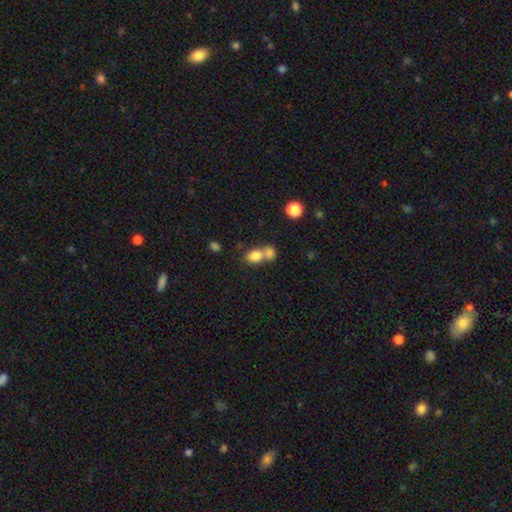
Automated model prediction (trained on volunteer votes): smooth-or-featured: smooth: 80% | star or artifact: 10% | featured or disk: 10%
  how-rounded: in between: 64% | round: 34% | cigar-shaped: 1%
  merging: merger: 60% | none: 29% | minor disturbance: 7% | major disturbance: 3%